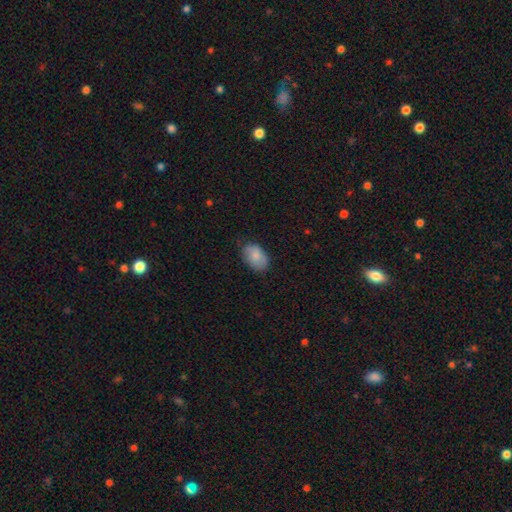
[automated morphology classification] smooth-or-featured: smooth: 83% | featured or disk: 10% | star or artifact: 7%
  how-rounded: in between: 86% | round: 12% | cigar-shaped: 1%
  merging: none: 69% | minor disturbance: 25% | major disturbance: 5% | merger: 1%